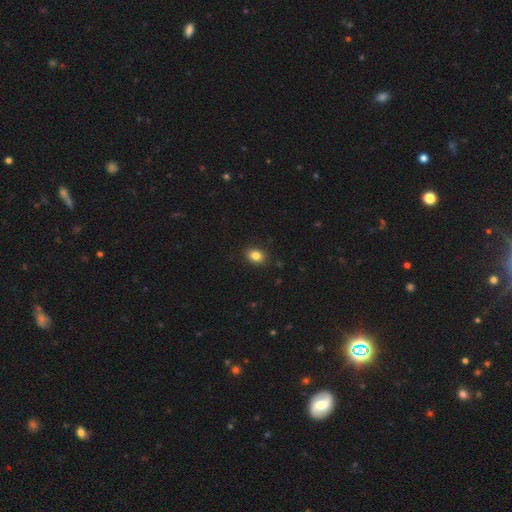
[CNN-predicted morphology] smooth_or_featured: smooth (p=0.84) [alt: star or artifact p=0.10]
how_rounded: in between (p=0.65) [alt: round p=0.34]
merging: none (p=0.89) [alt: minor disturbance p=0.08]